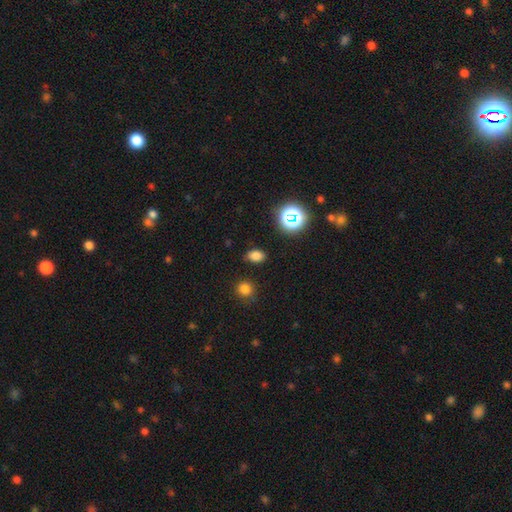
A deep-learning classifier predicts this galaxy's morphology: Smooth or featured?
  - smooth: 76% *
  - star or artifact: 19%
  - featured or disk: 5%
How rounded?
  - in between: 76% *
  - round: 23%
  - cigar-shaped: 1%
Merging?
  - none: 84% *
  - minor disturbance: 11%
  - major disturbance: 3%
  - merger: 2%